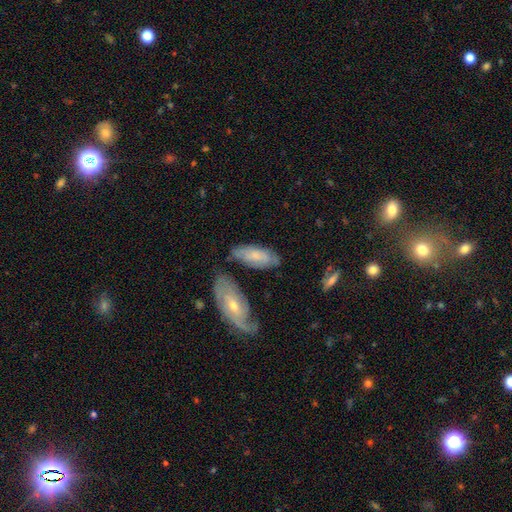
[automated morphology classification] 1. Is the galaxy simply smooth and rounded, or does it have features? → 55% smooth, 37% featured or disk, 7% star or artifact.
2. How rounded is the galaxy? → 80% in between, 18% cigar-shaped, 3% round.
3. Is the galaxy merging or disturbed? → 59% none, 23% minor disturbance, 9% merger, 8% major disturbance.